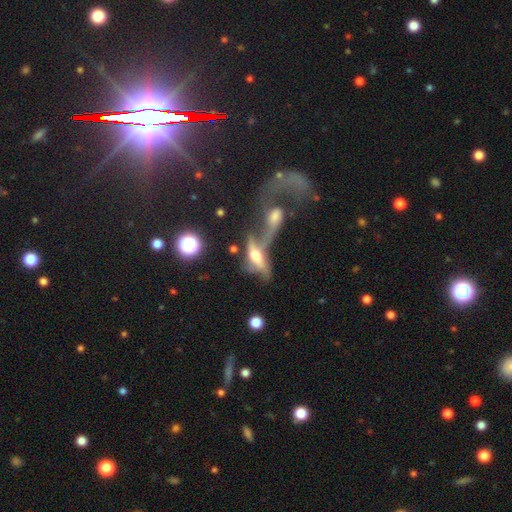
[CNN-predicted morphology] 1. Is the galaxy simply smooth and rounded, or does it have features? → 55% featured or disk, 34% smooth, 11% star or artifact.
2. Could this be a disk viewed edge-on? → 70% no, 30% yes.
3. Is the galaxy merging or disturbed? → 64% merger, 19% major disturbance, 11% none, 7% minor disturbance.